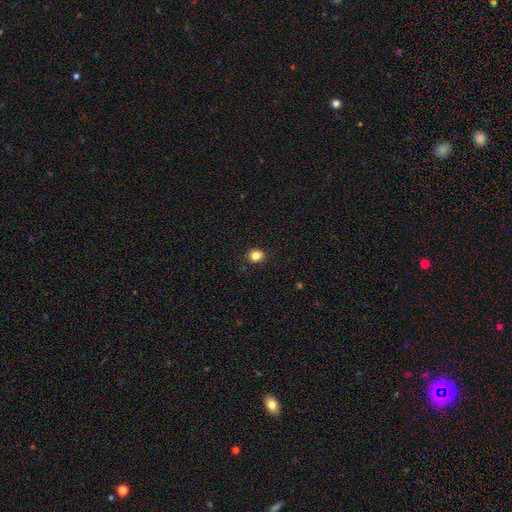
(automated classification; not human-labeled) A smooth galaxy with no disk features (84%) that is round (71%). Merging: none (91%).